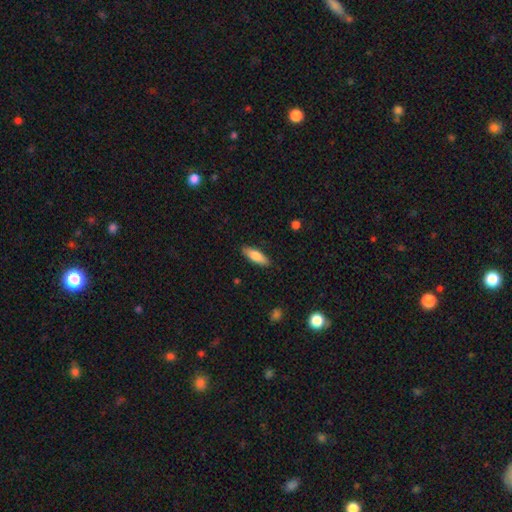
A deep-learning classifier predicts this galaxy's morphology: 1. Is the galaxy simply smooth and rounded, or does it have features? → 78% smooth, 16% featured or disk, 6% star or artifact.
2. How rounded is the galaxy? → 54% in between, 44% cigar-shaped, 2% round.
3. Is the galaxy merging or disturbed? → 87% none, 10% minor disturbance, 2% major disturbance, 1% merger.